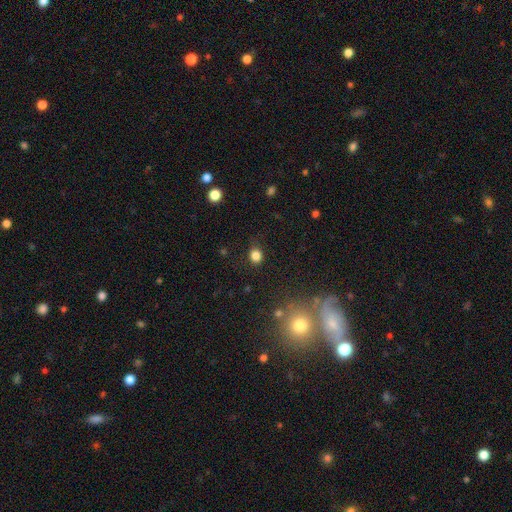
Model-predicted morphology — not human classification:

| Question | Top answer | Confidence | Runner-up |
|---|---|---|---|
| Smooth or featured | smooth | 82% | star or artifact (13%) |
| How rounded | round | 76% | in between (23%) |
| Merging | none | 82% | minor disturbance (12%) |